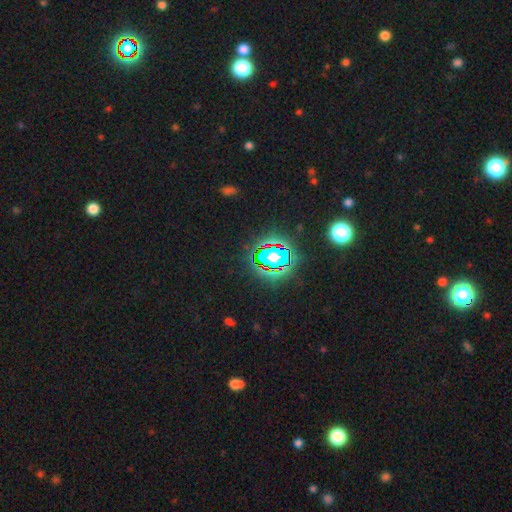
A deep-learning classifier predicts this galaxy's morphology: Smooth or featured? star or artifact (83%)